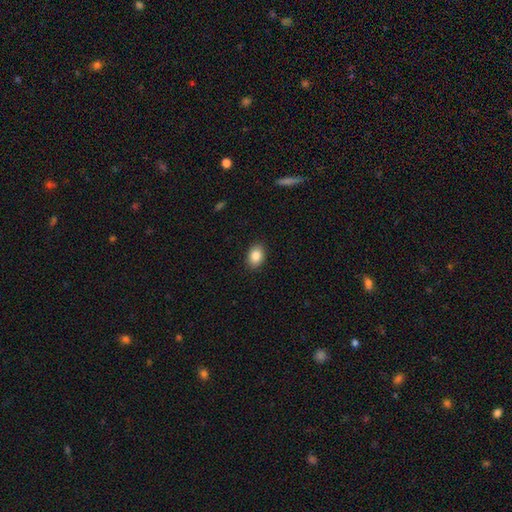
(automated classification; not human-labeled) Morphology: type=smooth (87%); roundness=in between (74%); merging=none (89%).